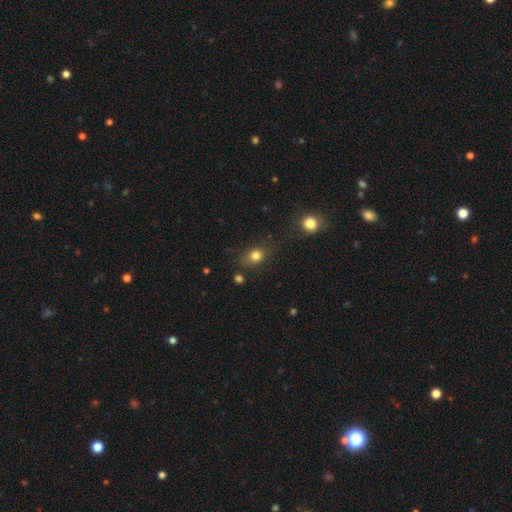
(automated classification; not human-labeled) smooth 80%, star or artifact 13%, featured or disk 7%. Down the decision tree: how rounded — round (60%); merging — none (75%).